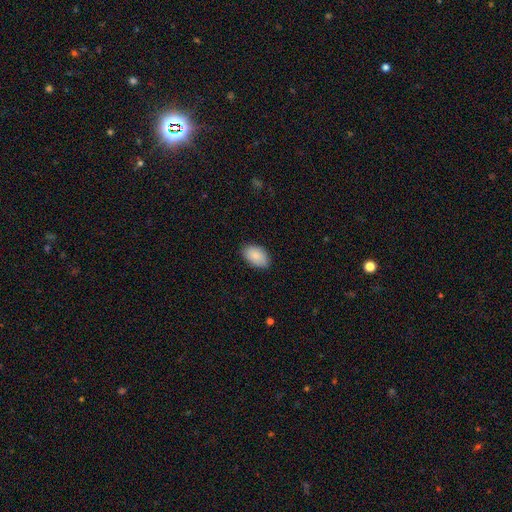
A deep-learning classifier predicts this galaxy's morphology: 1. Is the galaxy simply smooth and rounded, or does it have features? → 88% smooth, 6% star or artifact, 6% featured or disk.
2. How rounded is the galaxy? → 93% in between, 6% round, 1% cigar-shaped.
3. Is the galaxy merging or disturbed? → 84% none, 12% minor disturbance, 2% major disturbance, 1% merger.